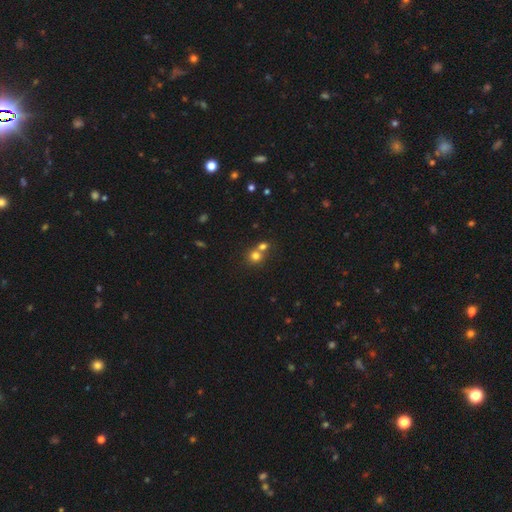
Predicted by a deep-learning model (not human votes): smooth-or-featured: smooth: 75% | star or artifact: 15% | featured or disk: 10%
  how-rounded: round: 85% | in between: 14% | cigar-shaped: 1%
  merging: merger: 47% | none: 45% | minor disturbance: 6% | major disturbance: 2%